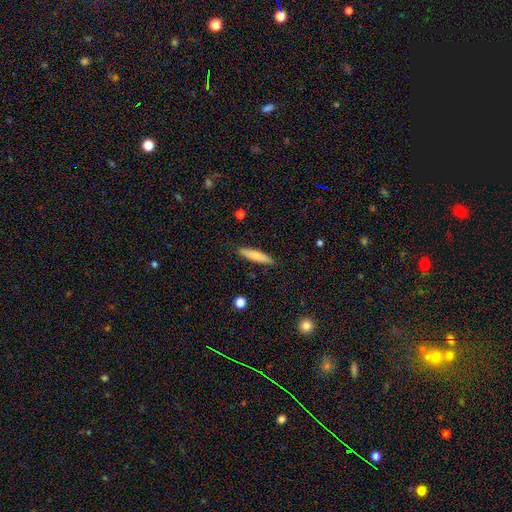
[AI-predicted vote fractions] smooth_or_featured: smooth (p=0.72) [alt: featured or disk p=0.22]
how_rounded: cigar-shaped (p=0.85) [alt: in between p=0.14]
merging: none (p=0.89) [alt: minor disturbance p=0.08]